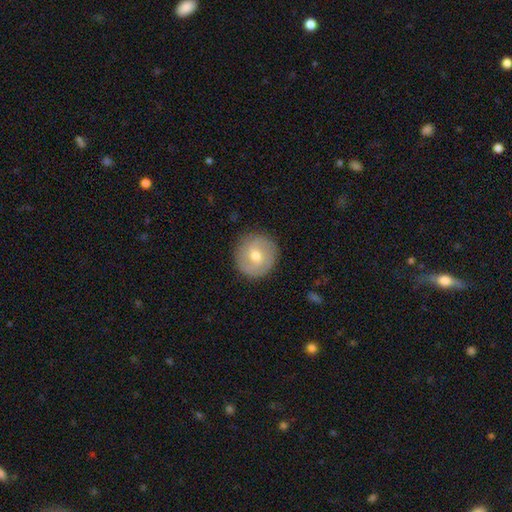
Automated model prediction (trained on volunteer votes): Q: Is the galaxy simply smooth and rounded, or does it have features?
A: smooth — 52%.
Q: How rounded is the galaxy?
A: round — 93%.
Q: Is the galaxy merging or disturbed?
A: none — 88%.